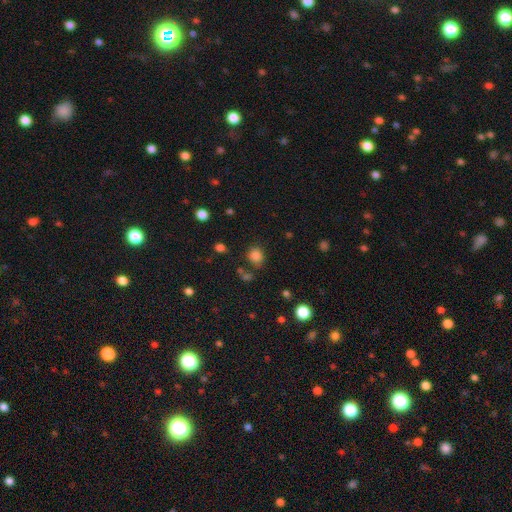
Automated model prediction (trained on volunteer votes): Overall: smooth (81%). How rounded: round (67%; in between 32%). Merging: none (72%).